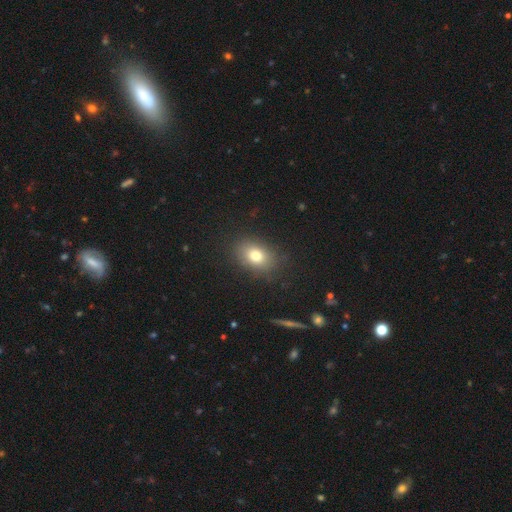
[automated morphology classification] A smooth galaxy with no disk features (78%) that is in between round and cigar-shaped (72%). Merging: none (84%).